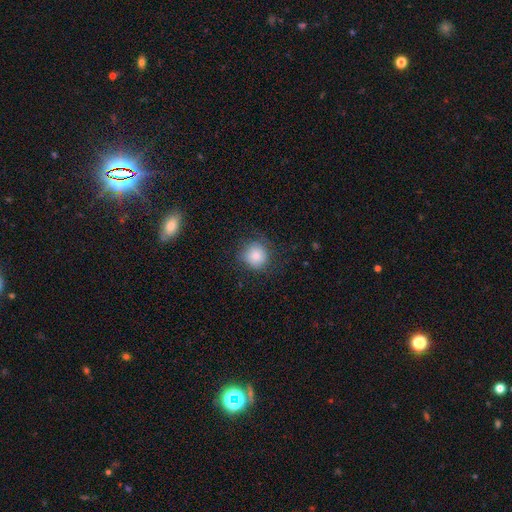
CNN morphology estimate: Smooth or featured?
  - smooth: 81% *
  - featured or disk: 10%
  - star or artifact: 9%
How rounded?
  - round: 90% *
  - in between: 9%
  - cigar-shaped: 1%
Merging?
  - none: 74% *
  - minor disturbance: 17%
  - major disturbance: 8%
  - merger: 1%